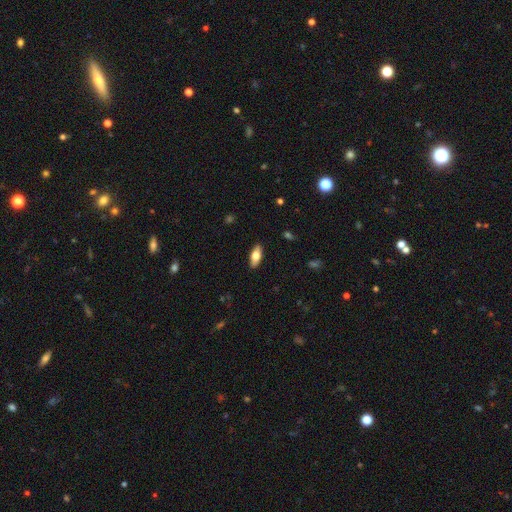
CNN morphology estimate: This appears to be a smooth galaxy with no disk features (71%) that is in between round and cigar-shaped (79%). Merging: none (89%).